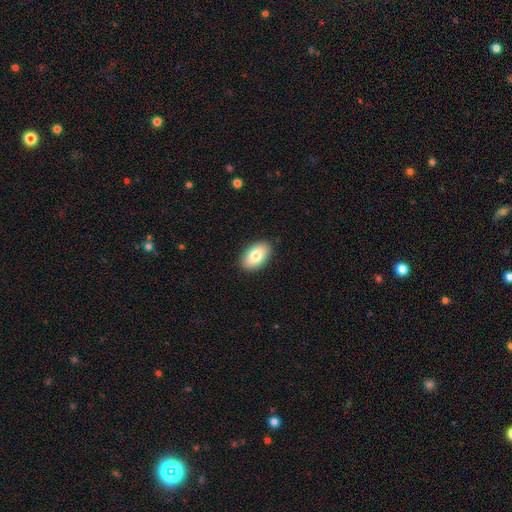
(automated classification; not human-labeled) Smooth or featured?
  - smooth: 80% *
  - featured or disk: 13%
  - star or artifact: 7%
How rounded?
  - in between: 93% *
  - round: 6%
  - cigar-shaped: 1%
Merging?
  - none: 89% *
  - minor disturbance: 9%
  - major disturbance: 2%
  - merger: 1%